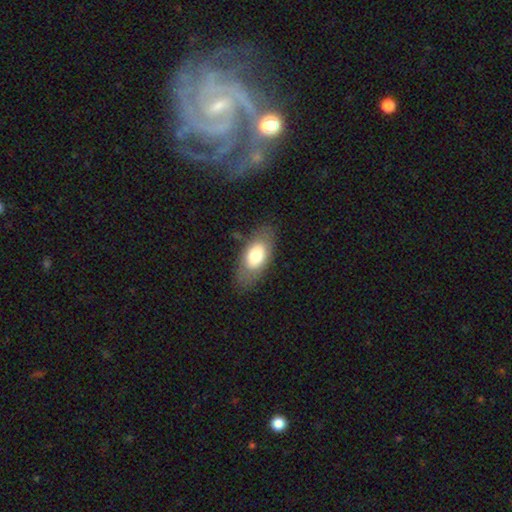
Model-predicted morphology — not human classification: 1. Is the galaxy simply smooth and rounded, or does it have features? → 70% smooth, 24% featured or disk, 7% star or artifact.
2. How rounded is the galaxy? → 91% in between, 5% cigar-shaped, 4% round.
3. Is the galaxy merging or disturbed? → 79% none, 14% minor disturbance, 5% major disturbance, 1% merger.